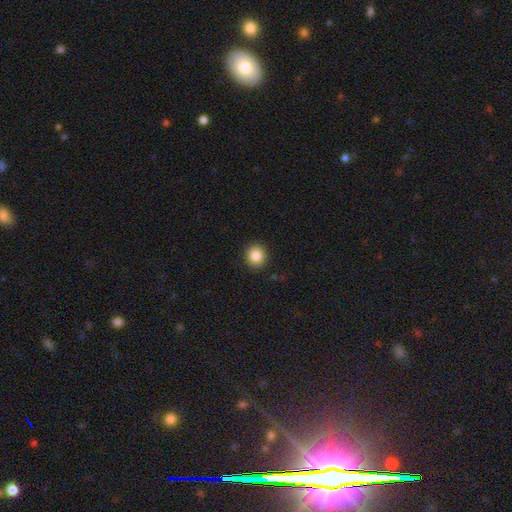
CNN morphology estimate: Smooth or featured? smooth (84%)
How rounded? round (90%)
Merging? none (92%)